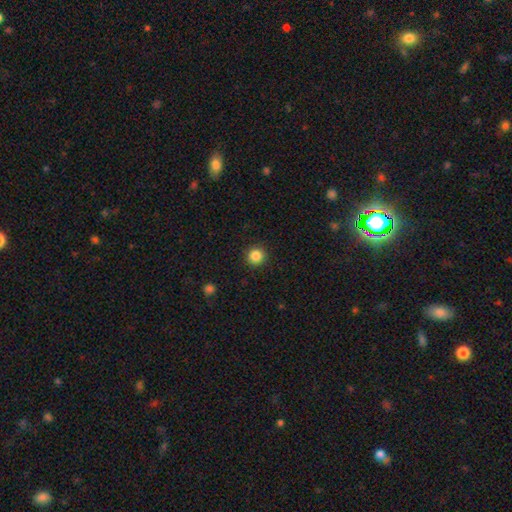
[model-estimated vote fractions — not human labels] A smooth galaxy with no disk features (86%) that is round (94%). Merging: none (92%).